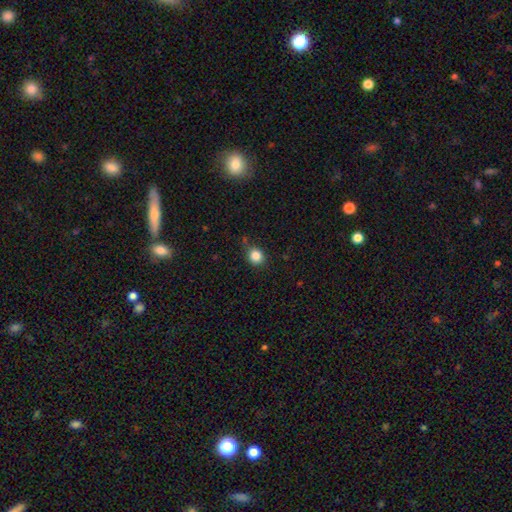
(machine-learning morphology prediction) Smooth or featured: smooth — 84% (star or artifact — 11%)
How rounded: round — 85% (in between — 14%)
Merging: none — 80% (minor disturbance — 13%)